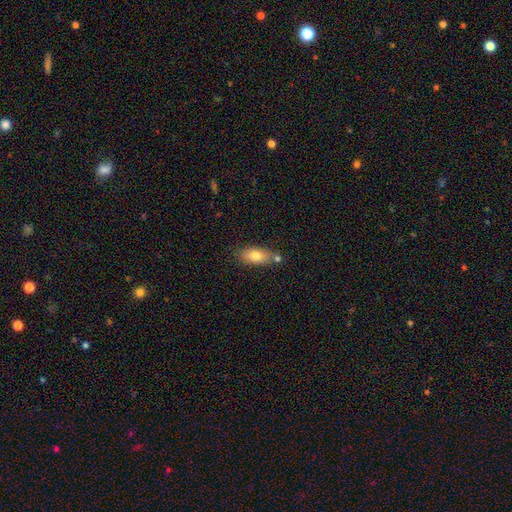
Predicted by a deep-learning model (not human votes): Morphology: type=smooth (77%); roundness=in between (84%); merging=none (67%).